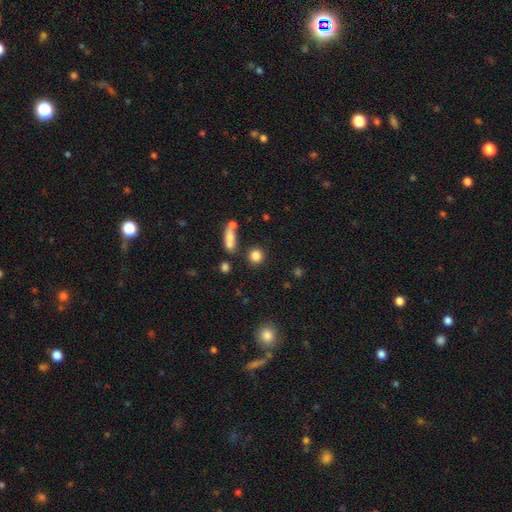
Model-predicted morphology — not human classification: A smooth galaxy with no disk features (82%) that is round (87%).

Vote fractions:
- Smooth or featured? smooth: 82% / star or artifact: 12% / featured or disk: 6%
- How rounded? round: 87% / in between: 11% / cigar-shaped: 2%
- Merging? none: 78% / merger: 9% / minor disturbance: 9% / major disturbance: 4%